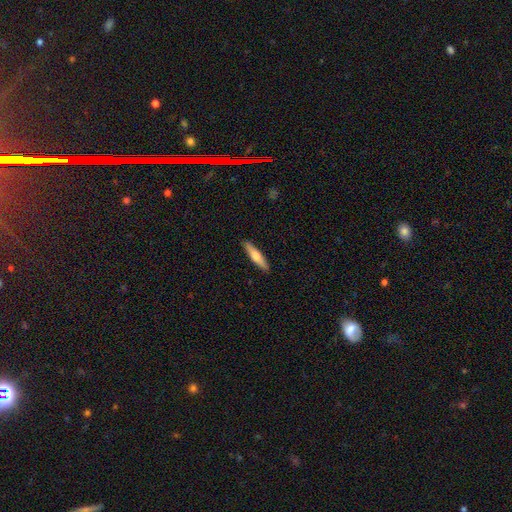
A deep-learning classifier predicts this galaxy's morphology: Smooth or featured: smooth — 63% (featured or disk — 31%)
How rounded: cigar-shaped — 84% (in between — 15%)
Merging: none — 90% (minor disturbance — 7%)